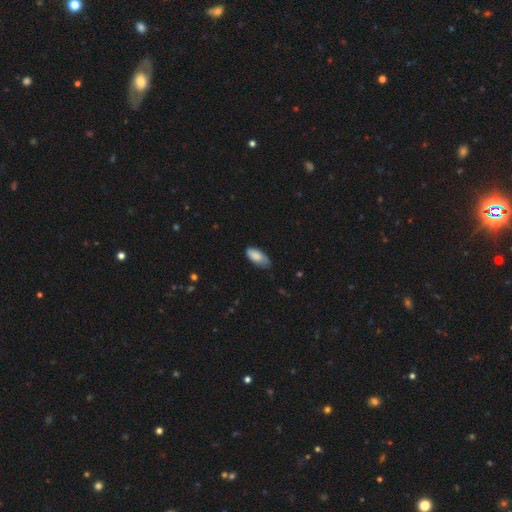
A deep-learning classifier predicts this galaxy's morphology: Smooth or featured: smooth — 85% (featured or disk — 9%)
How rounded: in between — 90% (cigar-shaped — 8%)
Merging: none — 58% (minor disturbance — 35%)